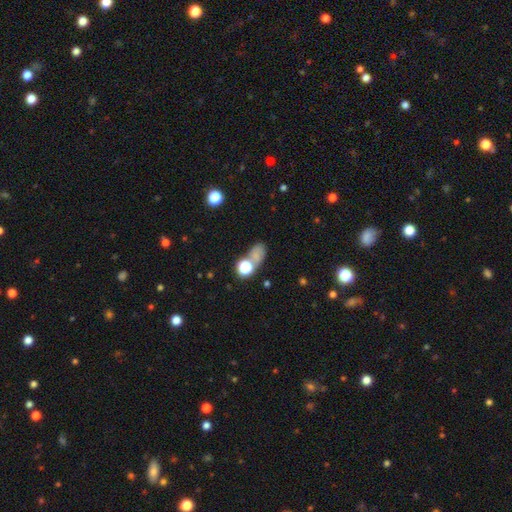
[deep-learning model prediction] smooth_or_featured: smooth (p=0.62) [alt: star or artifact p=0.25]
how_rounded: in between (p=0.69) [alt: round p=0.28]
merging: none (p=0.48) [alt: merger p=0.26]